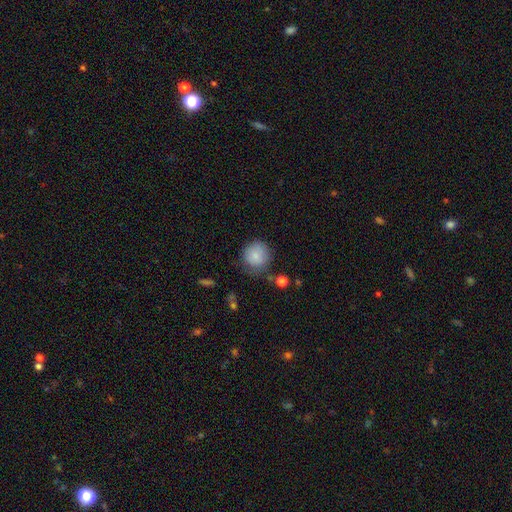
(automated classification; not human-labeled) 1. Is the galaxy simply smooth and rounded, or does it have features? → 83% smooth, 9% featured or disk, 8% star or artifact.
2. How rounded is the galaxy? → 88% round, 11% in between, 1% cigar-shaped.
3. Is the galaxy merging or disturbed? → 69% none, 21% minor disturbance, 7% major disturbance, 3% merger.